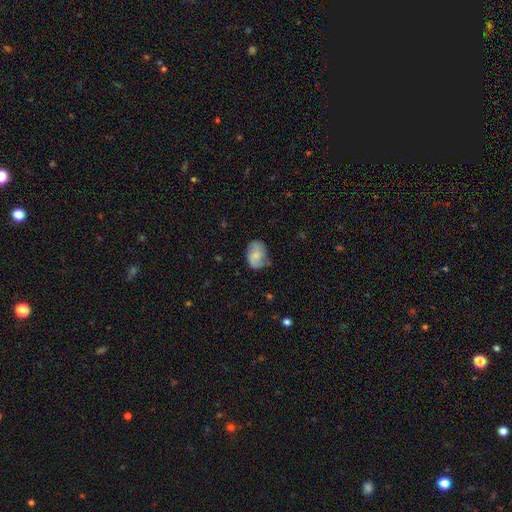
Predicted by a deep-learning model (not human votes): This appears to be a smooth galaxy with no disk features (57%) that is in between round and cigar-shaped (78%). Merging: none (62%).